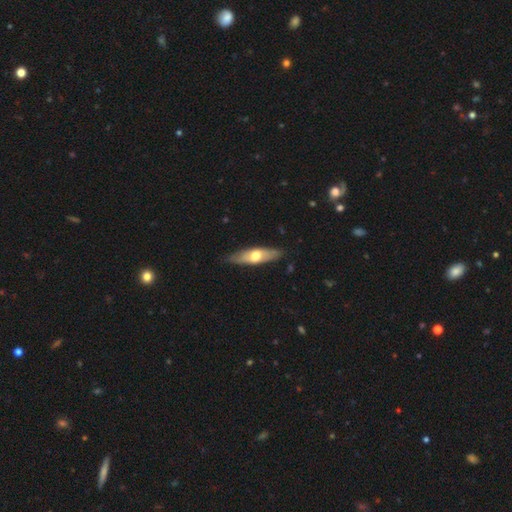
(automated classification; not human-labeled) featured or disk 48%, smooth 47%, star or artifact 5%. Down the decision tree: merging — none (82%).